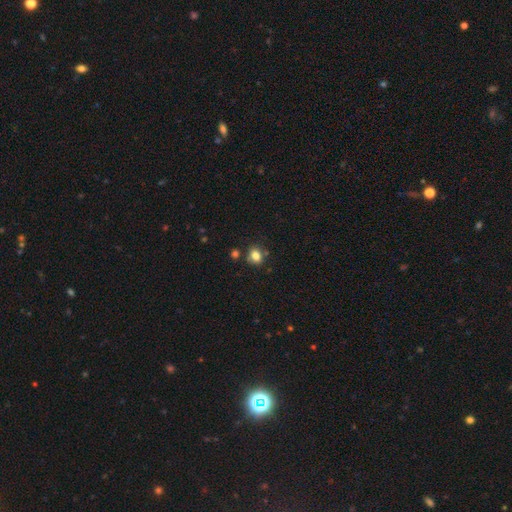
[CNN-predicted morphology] This is clearly a smooth galaxy (81%). How rounded: possibly round (52%). Merging: likely none (73%).